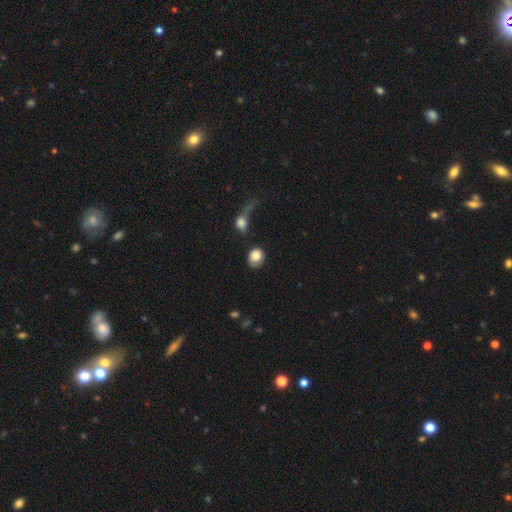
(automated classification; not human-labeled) This is clearly a smooth galaxy (83%). How rounded: likely round (74%). Merging: likely none (64%).